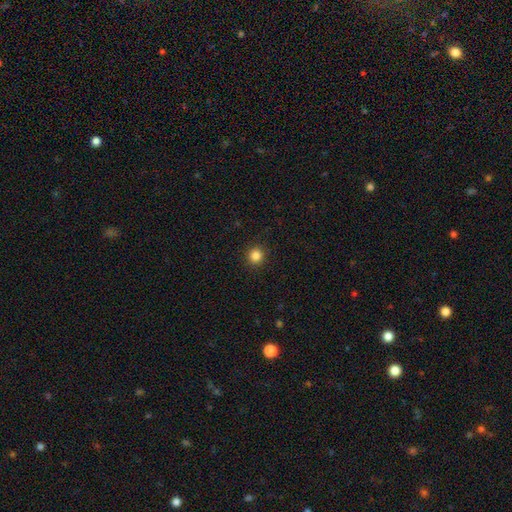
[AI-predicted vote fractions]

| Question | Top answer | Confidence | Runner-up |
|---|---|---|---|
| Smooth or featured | smooth | 84% | star or artifact (12%) |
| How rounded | round | 94% | in between (5%) |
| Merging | none | 92% | minor disturbance (5%) |